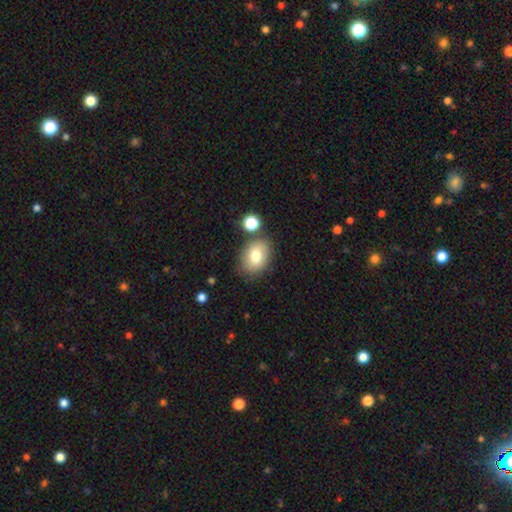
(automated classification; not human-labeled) Overall: smooth (75%). How rounded: in between (72%). Merging: none (74%).